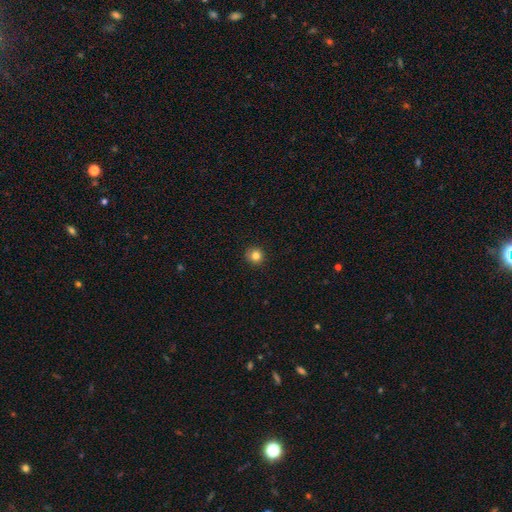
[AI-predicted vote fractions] Smooth or featured: smooth — 83% (star or artifact — 11%)
How rounded: round — 93% (in between — 6%)
Merging: none — 90% (minor disturbance — 7%)